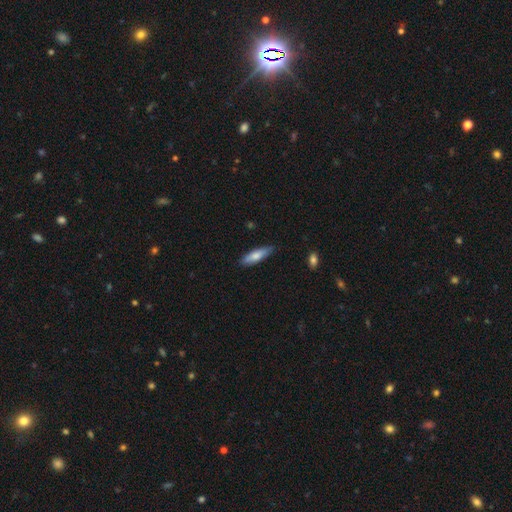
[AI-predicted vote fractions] Smooth or featured: smooth — 74% (featured or disk — 21%)
How rounded: cigar-shaped — 67% (in between — 31%)
Merging: none — 81% (minor disturbance — 16%)